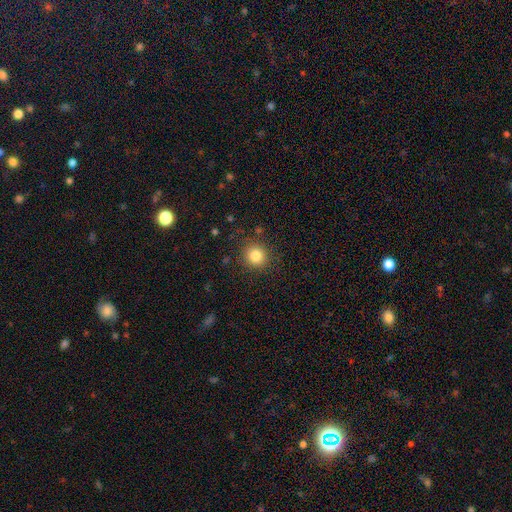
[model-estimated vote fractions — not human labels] Smooth or featured? smooth (83%)
How rounded? round (91%)
Merging? none (88%)